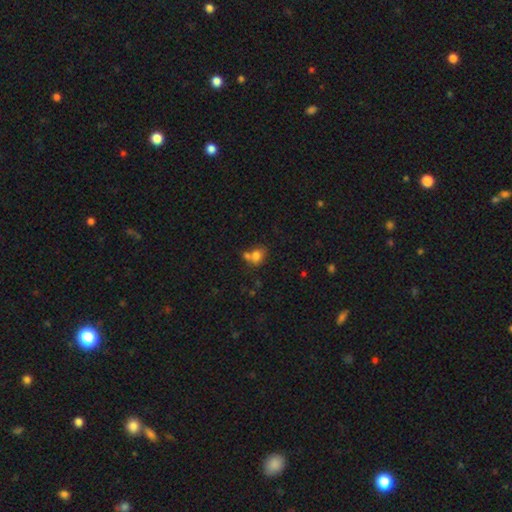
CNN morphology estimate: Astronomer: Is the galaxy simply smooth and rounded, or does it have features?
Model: smooth — 77%.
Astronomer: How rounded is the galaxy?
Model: round — 51% (runner-up: in between, 48%).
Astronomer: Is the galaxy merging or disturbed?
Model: merger — 44% (runner-up: none, 39%).